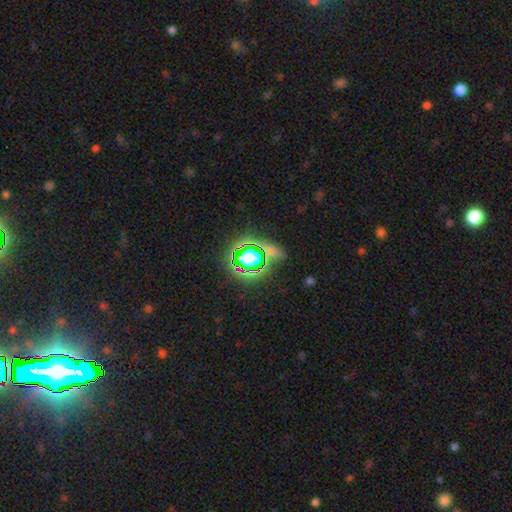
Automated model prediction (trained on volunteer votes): A star or artifact, not a galaxy (74%).

Vote fractions:
- Smooth or featured? star or artifact: 74% / smooth: 18% / featured or disk: 8%